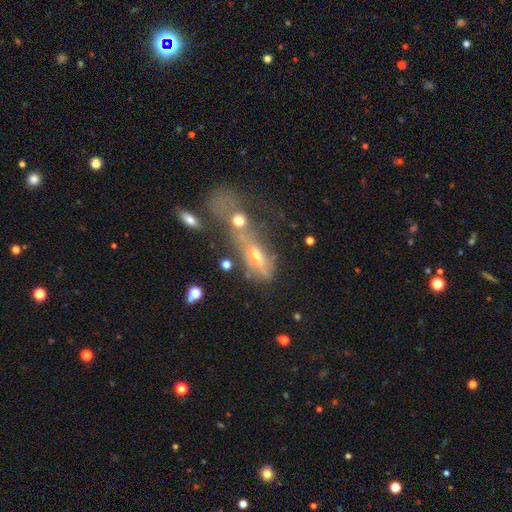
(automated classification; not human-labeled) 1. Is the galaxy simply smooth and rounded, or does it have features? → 46% featured or disk, 38% smooth, 16% star or artifact.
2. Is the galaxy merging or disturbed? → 51% merger, 22% major disturbance, 17% none, 11% minor disturbance.